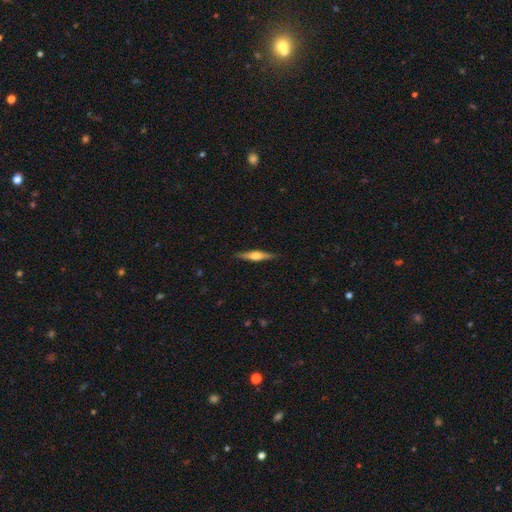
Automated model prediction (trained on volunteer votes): smooth_or_featured: featured or disk (p=0.59) [alt: smooth p=0.35]
disk_edge_on: yes (p=0.96) [alt: no p=0.04]
edge_on_bulge: rounded (p=0.90) [alt: boxy p=0.06]
merging: none (p=0.89) [alt: minor disturbance p=0.08]